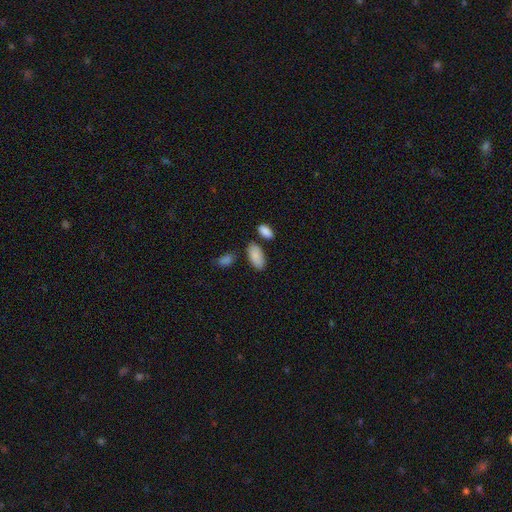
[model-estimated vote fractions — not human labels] The model was most divided on "merging": none: 77%, minor disturbance: 12%, merger: 7%, major disturbance: 3%. More confident: how rounded — in between (93%); smooth or featured — smooth (88%).